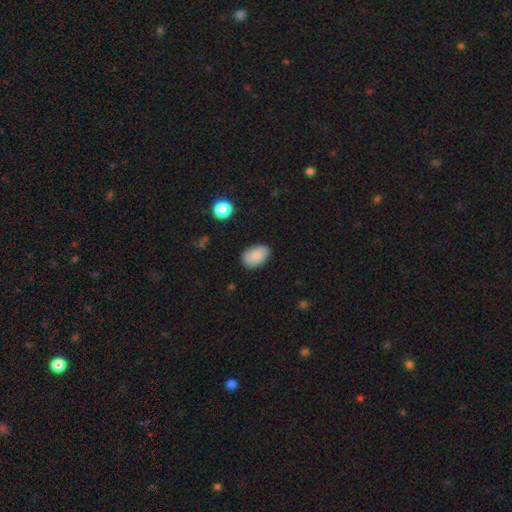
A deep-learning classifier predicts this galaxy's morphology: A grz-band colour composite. It shows a smooth galaxy with no disk features (78%) that is in between round and cigar-shaped (88%). Merging: none (79%).